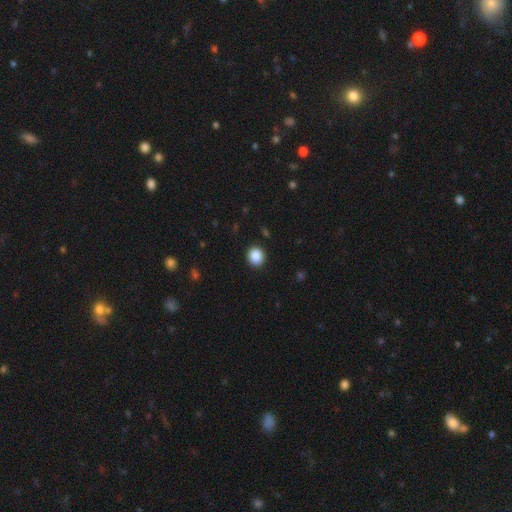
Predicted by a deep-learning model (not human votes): This is clearly a smooth galaxy (88%). How rounded: clearly round (80%). Merging: clearly none (92%).